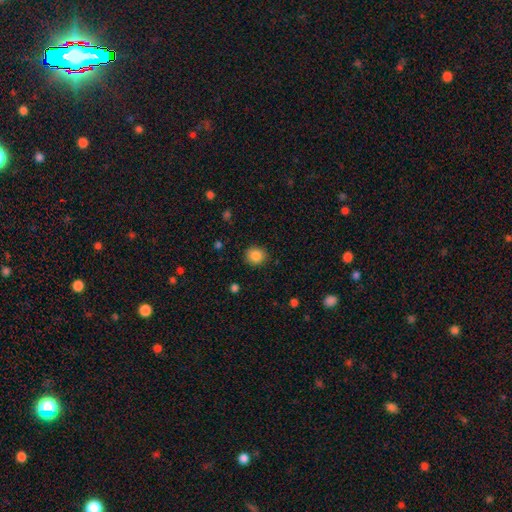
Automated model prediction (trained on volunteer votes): smooth-or-featured: smooth: 86% | star or artifact: 10% | featured or disk: 5%
  how-rounded: round: 86% | in between: 14% | cigar-shaped: 1%
  merging: none: 90% | minor disturbance: 7% | major disturbance: 2% | merger: 1%